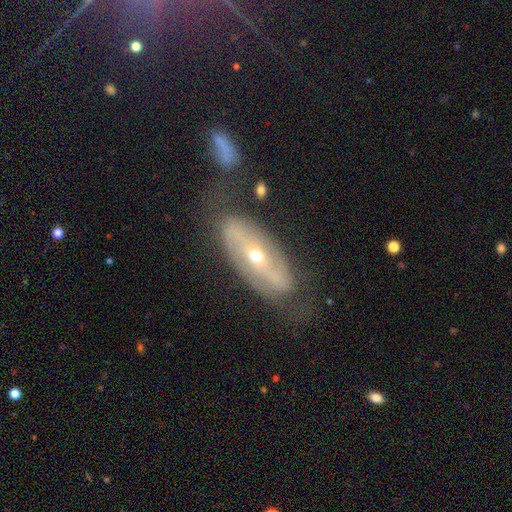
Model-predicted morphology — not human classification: smooth_or_featured: featured or disk (p=0.74) [alt: smooth p=0.19]
disk_edge_on: no (p=0.84) [alt: yes p=0.16]
bar: no (p=0.42) [alt: strong p=0.34]
has_spiral_arms: yes (p=0.57) [alt: no p=0.43]
bulge_size: small (p=0.51) [alt: moderate p=0.46]
merging: none (p=0.63) [alt: minor disturbance p=0.19]